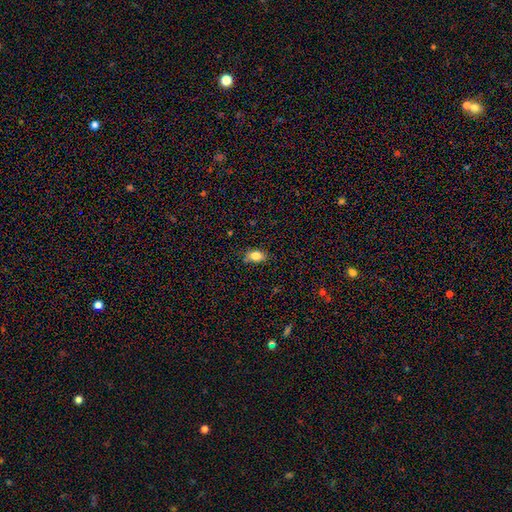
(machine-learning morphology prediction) This appears to be a smooth galaxy with no disk features (83%) that is in between round and cigar-shaped (84%). Merging: none (78%).